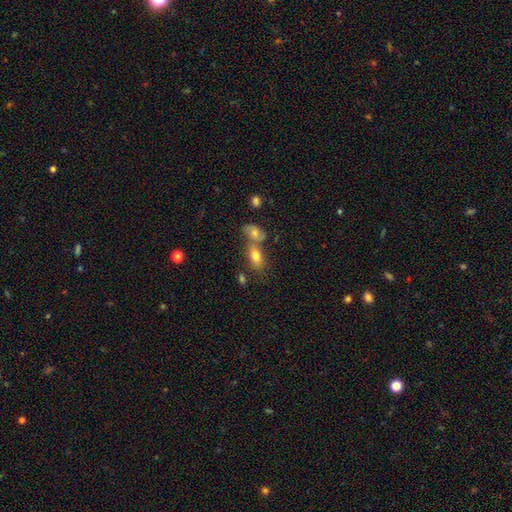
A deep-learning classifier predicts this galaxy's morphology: Smooth or featured? Predicted: smooth (p=0.73). How rounded? Predicted: in between (p=0.85). Merging? Predicted: none (p=0.44).